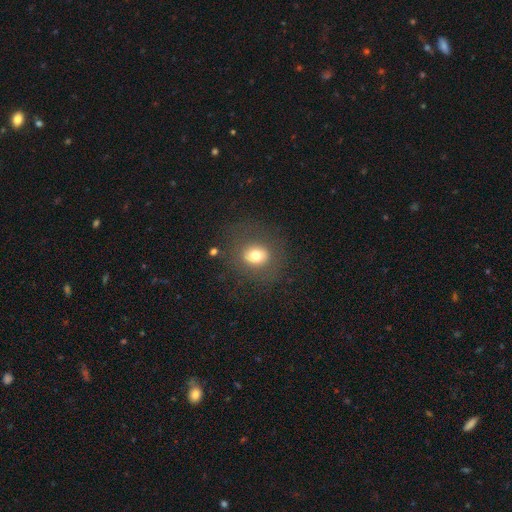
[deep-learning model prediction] Smooth or featured?
  - smooth: 71% *
  - featured or disk: 17%
  - star or artifact: 13%
How rounded?
  - round: 74% *
  - in between: 25%
  - cigar-shaped: 1%
Merging?
  - none: 79% *
  - minor disturbance: 11%
  - major disturbance: 8%
  - merger: 2%